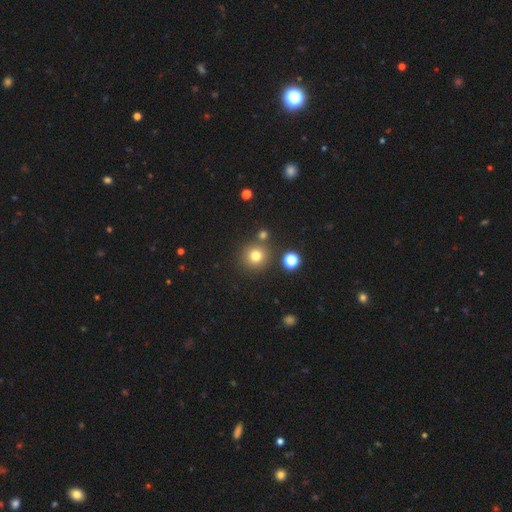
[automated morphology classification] smooth-or-featured: smooth: 76% | star or artifact: 16% | featured or disk: 7%
  how-rounded: round: 94% | in between: 5% | cigar-shaped: 1%
  merging: none: 82% | merger: 8% | minor disturbance: 7% | major disturbance: 3%